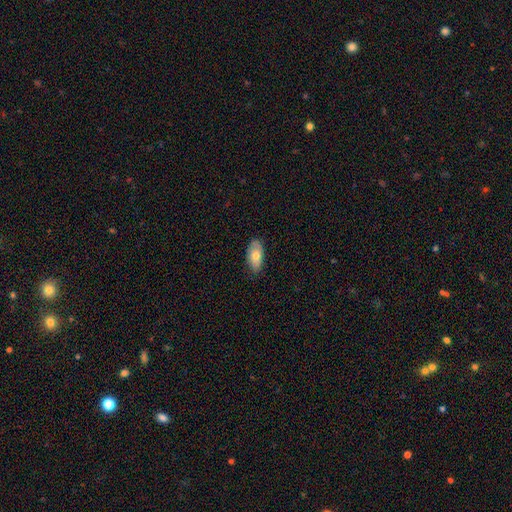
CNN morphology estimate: smooth 73%, featured or disk 21%, star or artifact 6%. Down the decision tree: how rounded — in between (91%); merging — none (80%).